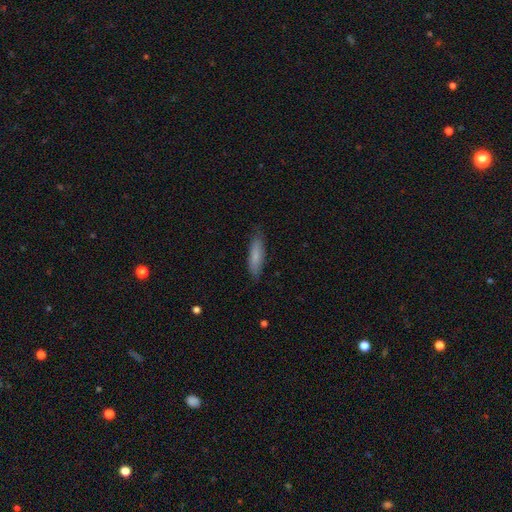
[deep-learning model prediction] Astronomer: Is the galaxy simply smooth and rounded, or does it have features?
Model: smooth — 77%.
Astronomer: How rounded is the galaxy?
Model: cigar-shaped — 68%.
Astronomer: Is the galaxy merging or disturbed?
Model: none — 82%.